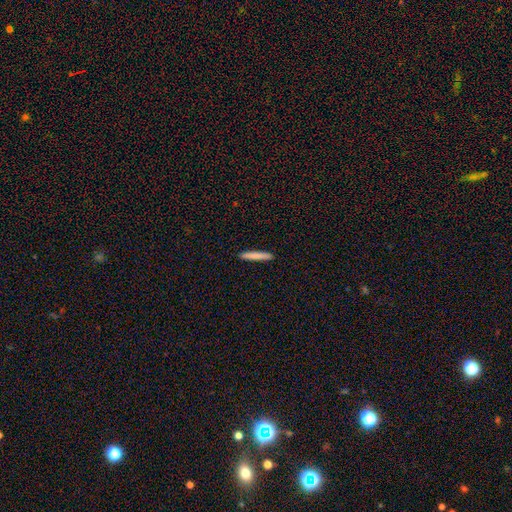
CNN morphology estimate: The model was most divided on "smooth or featured": smooth: 82%, featured or disk: 13%, star or artifact: 6%. More confident: how rounded — cigar-shaped (95%); merging — none (92%).